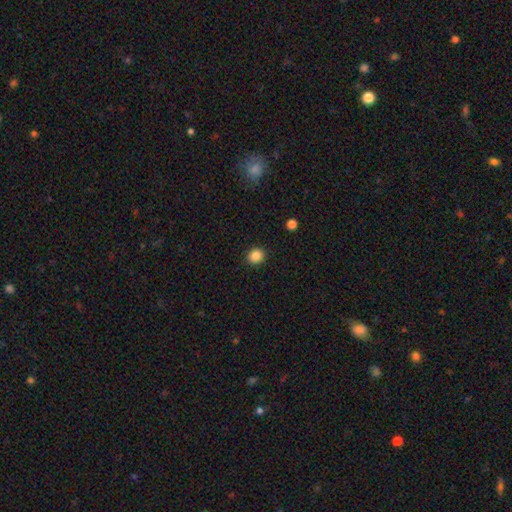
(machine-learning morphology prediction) Q: Smooth or featured?
A: smooth (87%); runner-up: star or artifact (10%)
Q: How rounded?
A: round (78%); runner-up: in between (21%)
Q: Merging?
A: none (91%); runner-up: minor disturbance (6%)